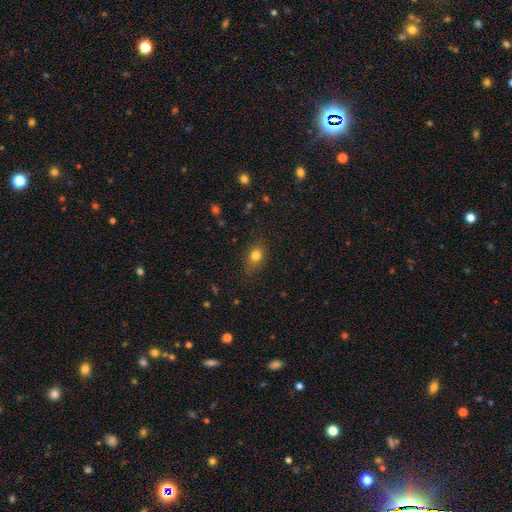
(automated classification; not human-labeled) Smooth or featured? Predicted: smooth (p=0.79). How rounded? Predicted: in between (p=0.67). Merging? Predicted: none (p=0.81).